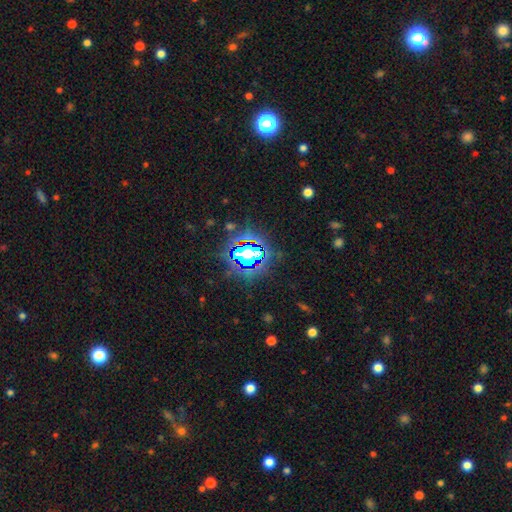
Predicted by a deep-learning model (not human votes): A star or artifact, not a galaxy (79%).

Vote fractions:
- Smooth or featured? star or artifact: 79% / smooth: 14% / featured or disk: 8%